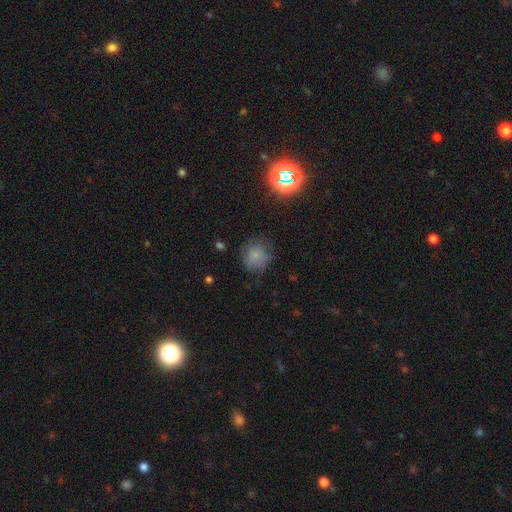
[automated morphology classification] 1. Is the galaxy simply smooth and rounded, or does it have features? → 73% smooth, 14% star or artifact, 13% featured or disk.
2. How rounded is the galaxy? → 85% round, 14% in between, 1% cigar-shaped.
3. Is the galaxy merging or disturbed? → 65% none, 23% minor disturbance, 10% major disturbance, 2% merger.